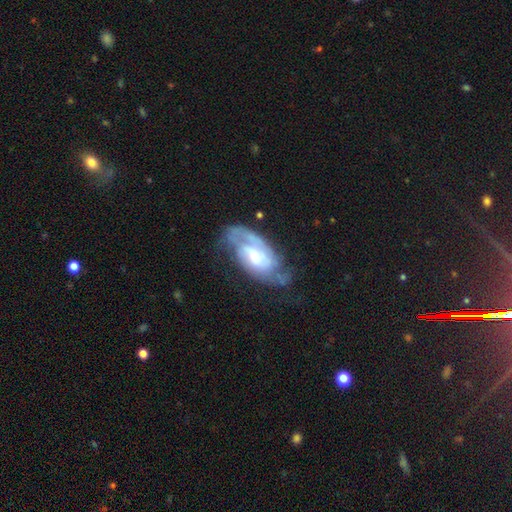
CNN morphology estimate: The model was most divided on "spiral winding" (2-way tie): tight: 42%, medium: 42%, loose: 16%. Remaining: edge-on disk — no (95%); spiral arms — yes (92%); smooth or featured — featured or disk (80%); merging — none (54%); spiral arm count — 2 (53%); bulge size — moderate (50%); bar — no (45%).